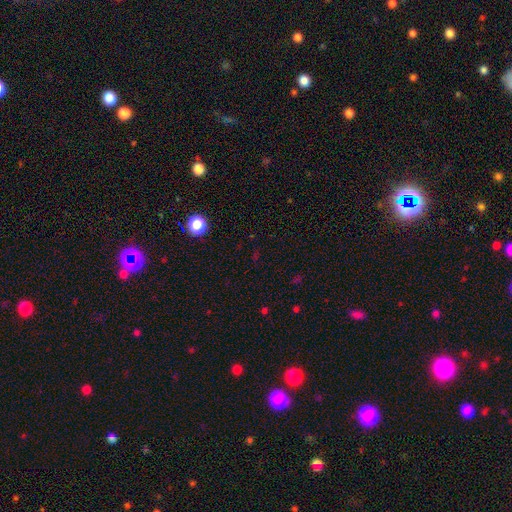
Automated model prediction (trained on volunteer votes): A star or artifact, not a galaxy (66%).